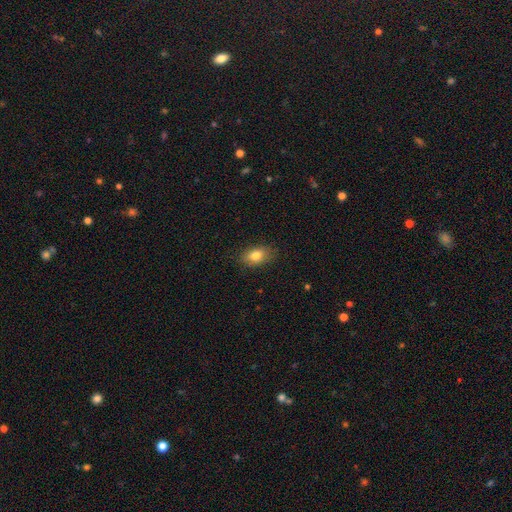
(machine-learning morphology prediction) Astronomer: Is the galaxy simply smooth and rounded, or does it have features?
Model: smooth — 81%.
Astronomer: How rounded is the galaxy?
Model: in between — 86%.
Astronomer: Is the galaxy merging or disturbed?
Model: none — 83%.